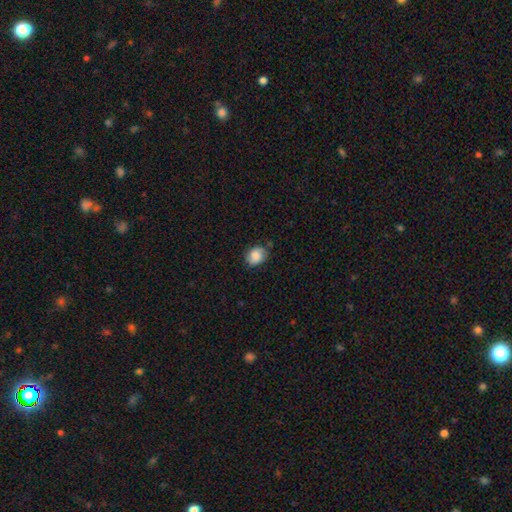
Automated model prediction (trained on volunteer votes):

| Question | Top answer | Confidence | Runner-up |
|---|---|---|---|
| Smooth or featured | smooth | 80% | featured or disk (12%) |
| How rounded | in between | 50% | round (49%) |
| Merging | none | 72% | minor disturbance (22%) |